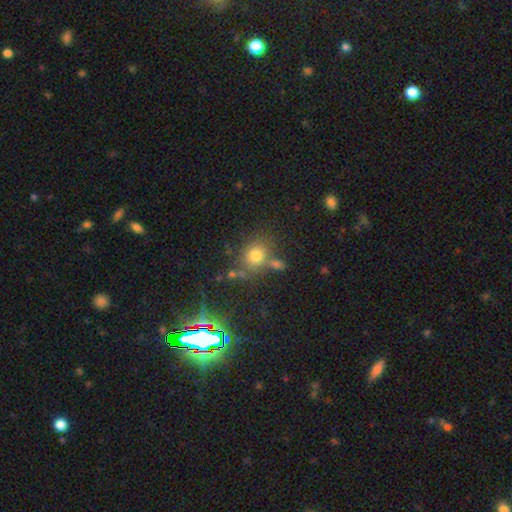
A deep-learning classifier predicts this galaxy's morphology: Overall: smooth (74%). How rounded: round (69%). Merging: none (64%).